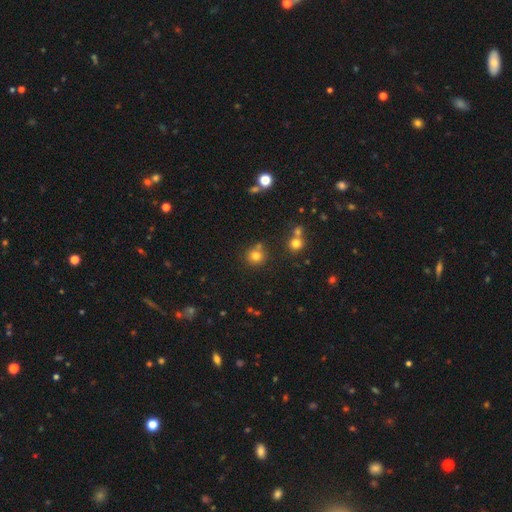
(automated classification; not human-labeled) Q: Smooth or featured?
A: smooth (77%); runner-up: star or artifact (16%)
Q: How rounded?
A: round (92%); runner-up: in between (7%)
Q: Merging?
A: none (75%); runner-up: merger (13%)